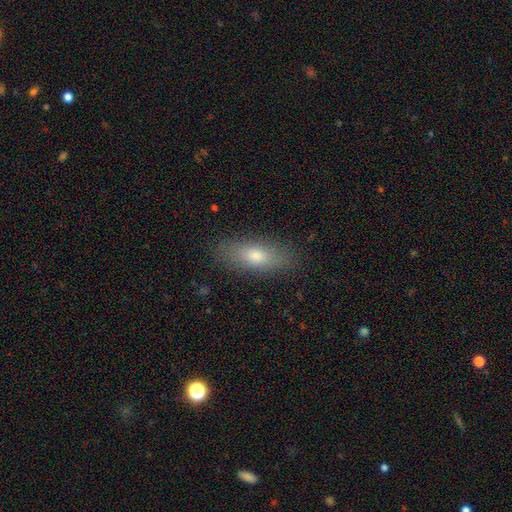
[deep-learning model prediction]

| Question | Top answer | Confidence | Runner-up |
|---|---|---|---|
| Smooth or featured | smooth | 74% | featured or disk (18%) |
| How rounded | in between | 67% | cigar-shaped (30%) |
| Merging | none | 86% | minor disturbance (10%) |